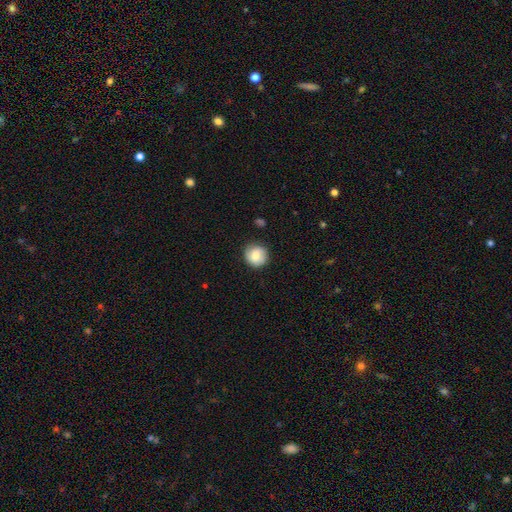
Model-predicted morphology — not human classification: Smooth or featured?
  - smooth: 80% *
  - featured or disk: 12%
  - star or artifact: 8%
How rounded?
  - round: 92% *
  - in between: 7%
  - cigar-shaped: 1%
Merging?
  - none: 82% *
  - minor disturbance: 13%
  - major disturbance: 3%
  - merger: 1%